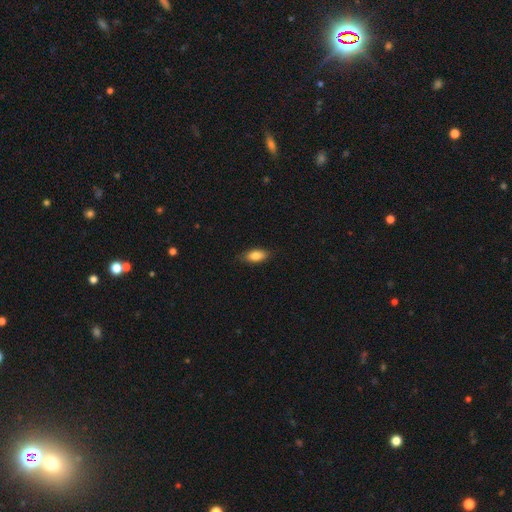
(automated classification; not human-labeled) A smooth galaxy with no disk features (84%) that is in between round and cigar-shaped (88%).

Vote fractions:
- Smooth or featured? smooth: 84% / featured or disk: 9% / star or artifact: 7%
- How rounded? in between: 88% / cigar-shaped: 9% / round: 3%
- Merging? none: 84% / minor disturbance: 13% / major disturbance: 2% / merger: 1%